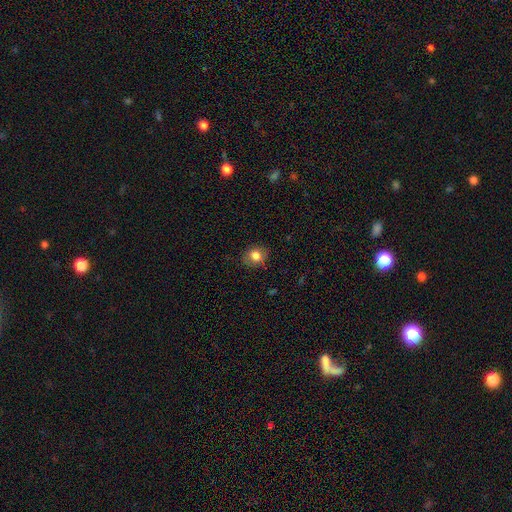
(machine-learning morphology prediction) Smooth or featured? Predicted: smooth (p=0.81). How rounded? Predicted: round (p=0.63). Merging? Predicted: none (p=0.84).